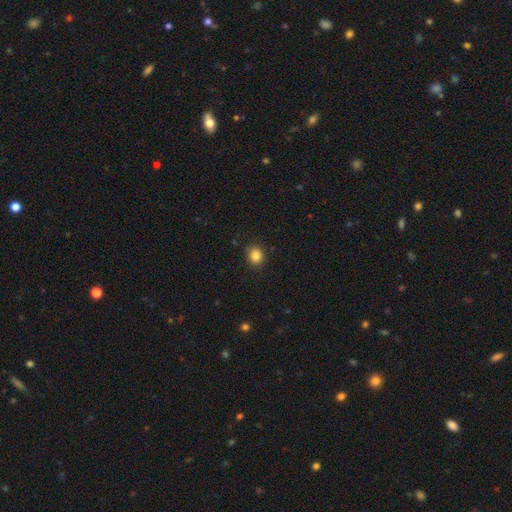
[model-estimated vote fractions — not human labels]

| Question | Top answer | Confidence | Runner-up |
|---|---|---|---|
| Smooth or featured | smooth | 84% | star or artifact (11%) |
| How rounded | round | 75% | in between (24%) |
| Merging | none | 88% | minor disturbance (8%) |